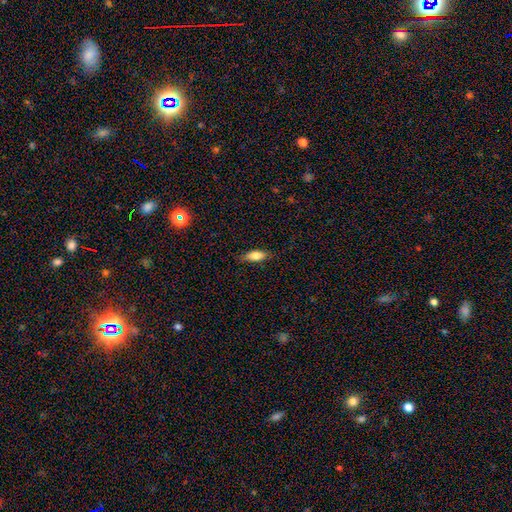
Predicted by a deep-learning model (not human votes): A smooth galaxy with no disk features (79%) that is in between round and cigar-shaped (74%). Merging: none (83%).